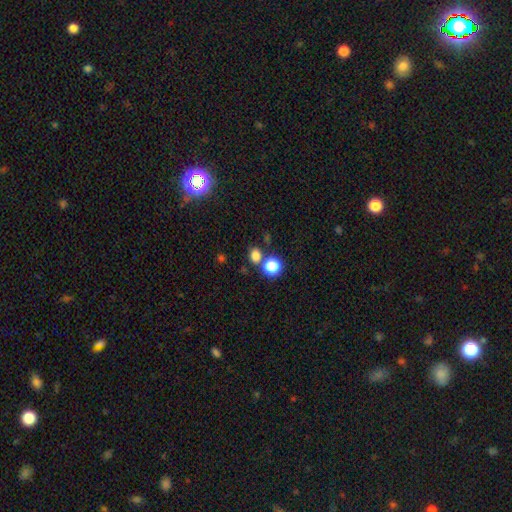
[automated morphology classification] smooth-or-featured: smooth: 77% | star or artifact: 18% | featured or disk: 5%
  how-rounded: round: 63% | in between: 36% | cigar-shaped: 1%
  merging: none: 68% | merger: 19% | minor disturbance: 9% | major disturbance: 4%